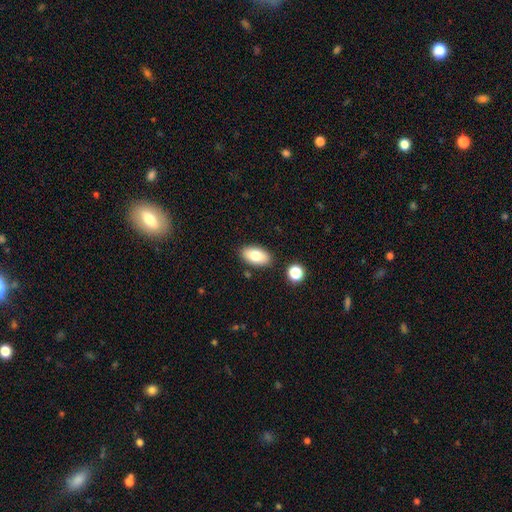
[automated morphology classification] This is likely a smooth galaxy (78%). How rounded: clearly in between (92%). Merging: clearly none (84%).